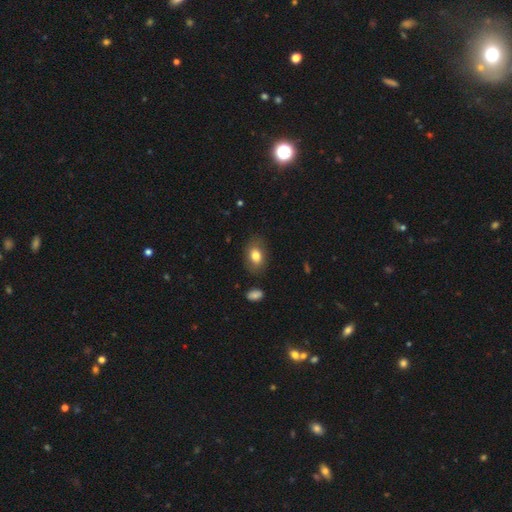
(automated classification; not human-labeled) Overall: smooth (78%). How rounded: in between (82%). Merging: none (78%).